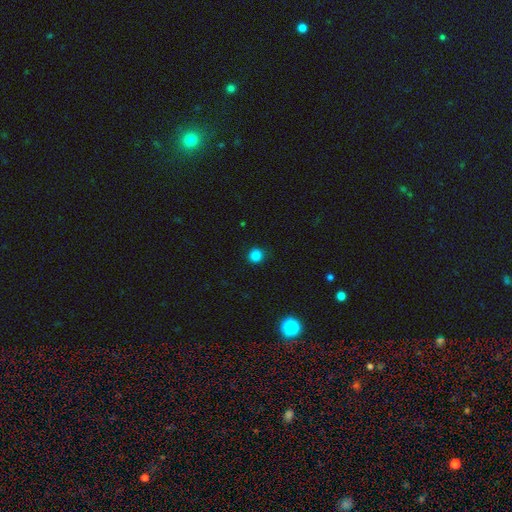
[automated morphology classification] type=smooth (84%); roundness=round (93%); merging=none (90%).